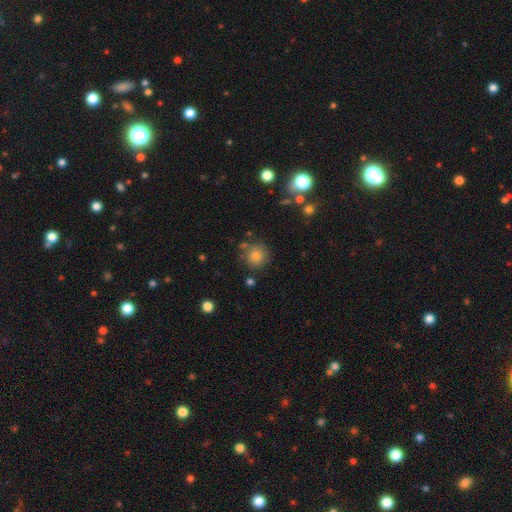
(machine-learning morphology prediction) smooth-or-featured: smooth: 78% | star or artifact: 12% | featured or disk: 10%
  how-rounded: round: 93% | in between: 6% | cigar-shaped: 1%
  merging: none: 80% | minor disturbance: 11% | merger: 5% | major disturbance: 4%